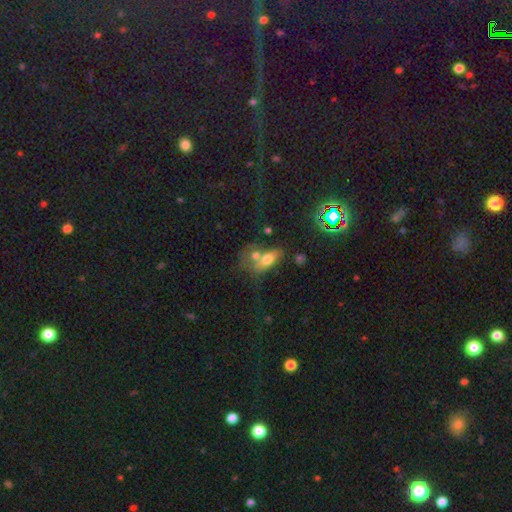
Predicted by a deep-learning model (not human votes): This is likely a smooth galaxy (61%). How rounded: likely in between (70%). Merging: possibly merger (57%).